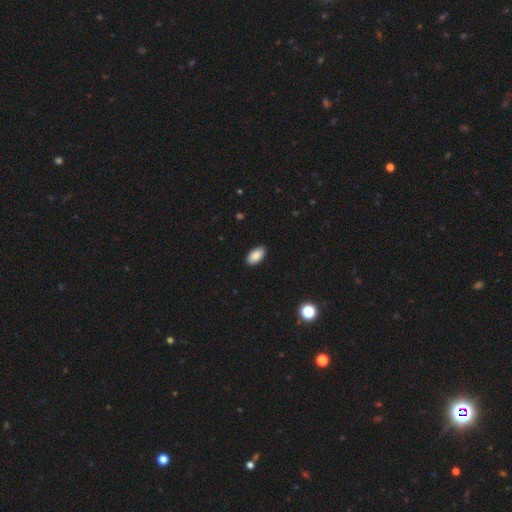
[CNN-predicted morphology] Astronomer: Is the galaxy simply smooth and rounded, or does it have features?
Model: smooth — 89%.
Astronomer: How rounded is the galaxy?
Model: in between — 95%.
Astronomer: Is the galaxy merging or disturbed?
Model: none — 90%.